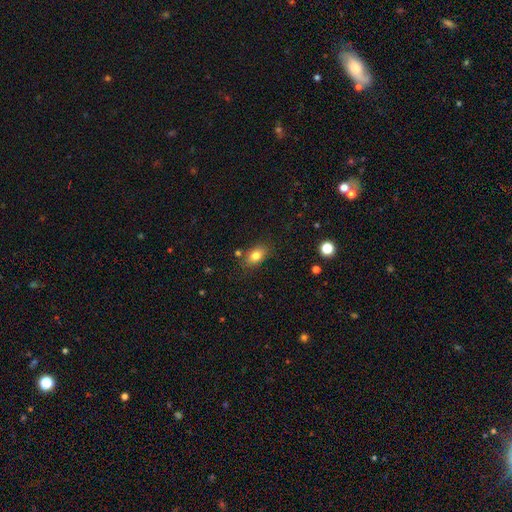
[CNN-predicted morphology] This is clearly a smooth galaxy (82%). How rounded: clearly in between (81%). Merging: likely none (78%).